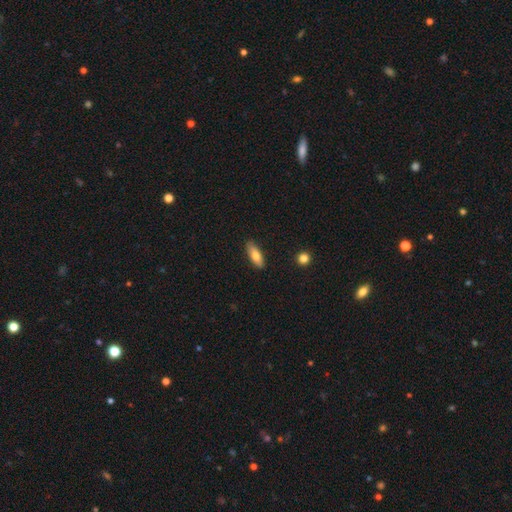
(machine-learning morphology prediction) Smooth or featured: smooth — 74% (featured or disk — 20%)
How rounded: in between — 66% (cigar-shaped — 32%)
Merging: none — 86% (minor disturbance — 10%)